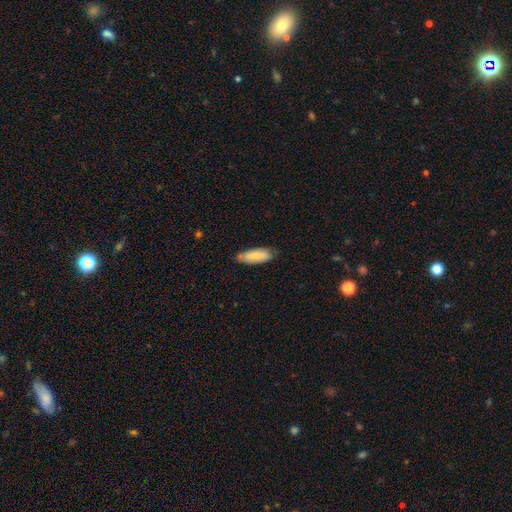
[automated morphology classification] smooth 76%, featured or disk 18%, star or artifact 6%. Down the decision tree: how rounded — in between (68%); merging — none (75%).